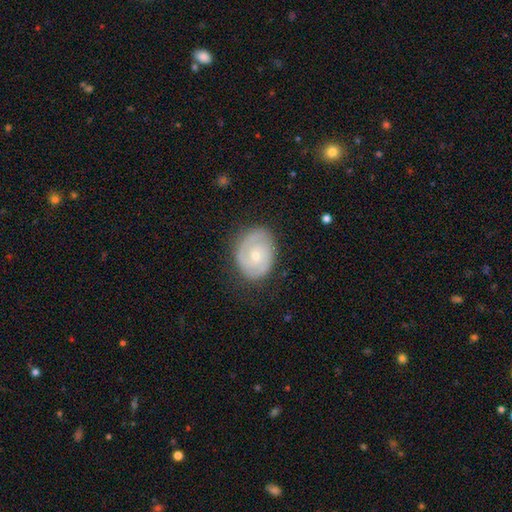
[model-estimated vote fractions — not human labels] Smooth or featured?
  - featured or disk: 74% *
  - smooth: 20%
  - star or artifact: 6%
Edge-on disk?
  - no: 97% *
  - yes: 3%
Bar?
  - no: 66% *
  - weak: 29%
  - strong: 4%
Spiral arms?
  - yes: 90% *
  - no: 10%
Spiral winding?
  - tight: 57% *
  - medium: 35%
  - loose: 9%
Spiral arm count?
  - 2: 64% *
  - can't tell: 18%
  - 3: 8%
  - 1: 5%
  - 4: 2%
  - more than 4: 2%
Bulge size?
  - small: 61% *
  - moderate: 36%
  - none: 1%
  - large: 1%
  - dominant: 1%
Merging?
  - none: 78% *
  - minor disturbance: 16%
  - major disturbance: 5%
  - merger: 1%